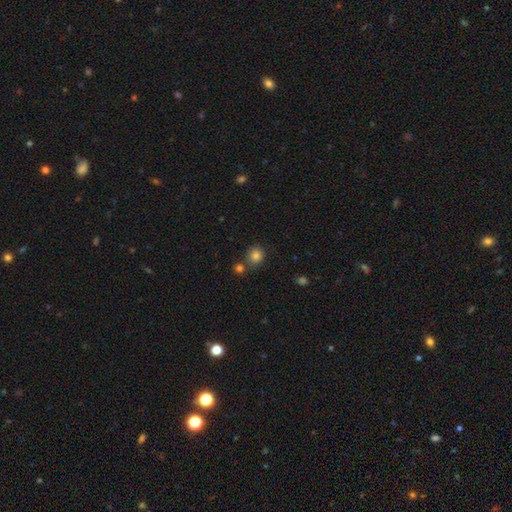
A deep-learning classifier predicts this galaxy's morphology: Smooth or featured: smooth — 83% (star or artifact — 12%)
How rounded: round — 84% (in between — 15%)
Merging: none — 70% (merger — 18%)